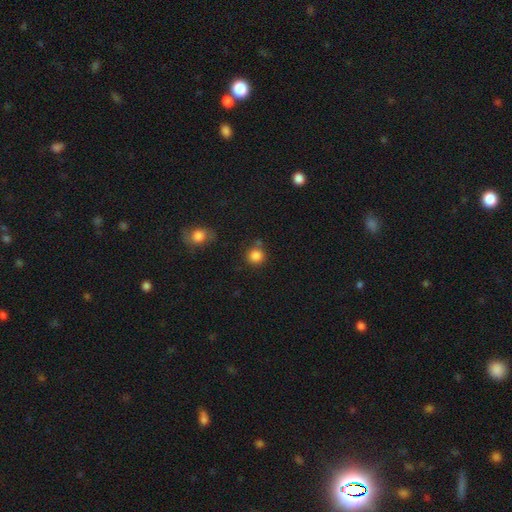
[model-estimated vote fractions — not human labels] smooth 86%, star or artifact 10%, featured or disk 4%. Down the decision tree: how rounded — round (91%); merging — none (78%).